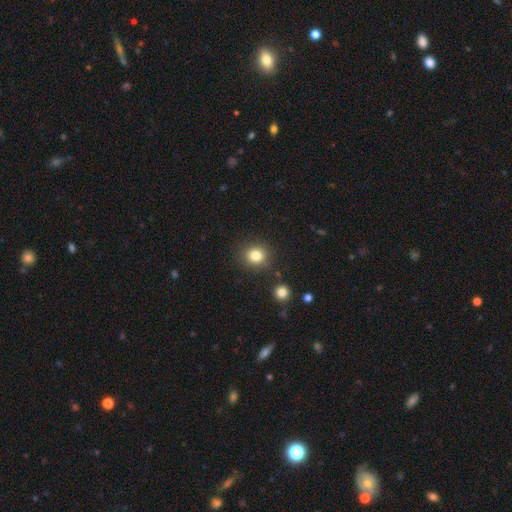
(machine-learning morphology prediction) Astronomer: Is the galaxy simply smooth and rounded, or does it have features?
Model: smooth — 82%.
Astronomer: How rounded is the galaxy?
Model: round — 83%.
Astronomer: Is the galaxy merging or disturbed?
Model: none — 86%.